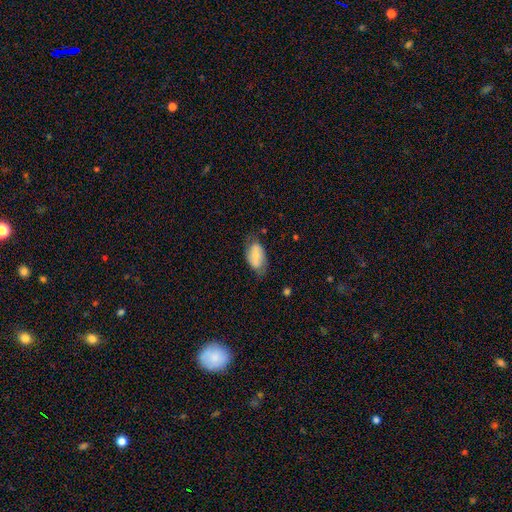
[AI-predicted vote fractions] Morphology: type=smooth (63%); roundness=in between (93%); merging=none (61%).